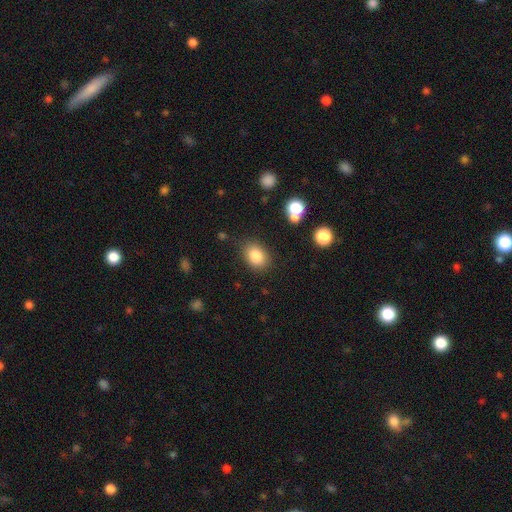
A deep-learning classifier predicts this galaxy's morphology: smooth_or_featured: smooth (p=0.84) [alt: star or artifact p=0.10]
how_rounded: in between (p=0.67) [alt: round p=0.32]
merging: none (p=0.81) [alt: minor disturbance p=0.13]